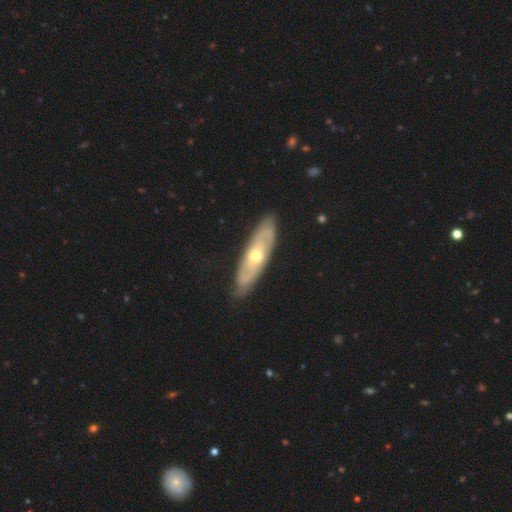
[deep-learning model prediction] A featured or disk galaxy (67%). Merging: none (85%).